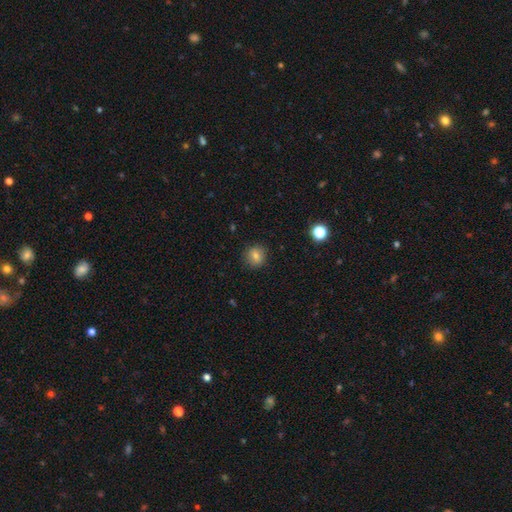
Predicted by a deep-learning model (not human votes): This appears to be a smooth galaxy with no disk features (77%) that is round (90%). Merging: none (89%).